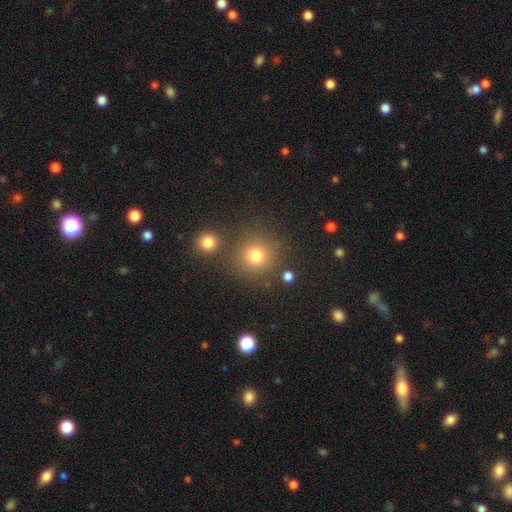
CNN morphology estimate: smooth_or_featured: smooth (p=0.77) [alt: star or artifact p=0.16]
how_rounded: round (p=0.91) [alt: in between p=0.08]
merging: none (p=0.80) [alt: merger p=0.09]